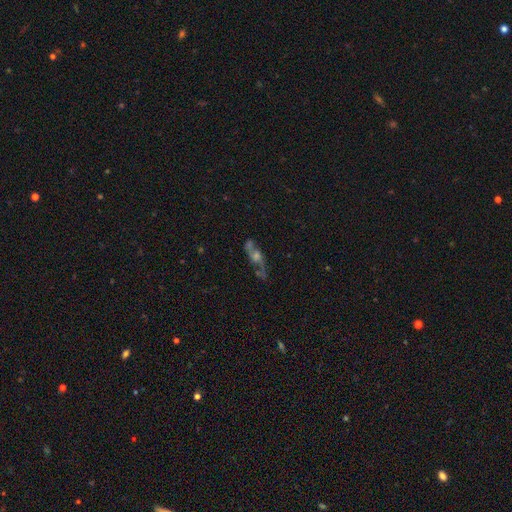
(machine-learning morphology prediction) featured or disk 64%, smooth 19%, star or artifact 17%. Down the decision tree: edge-on disk — no (66%); merging — none (62%).